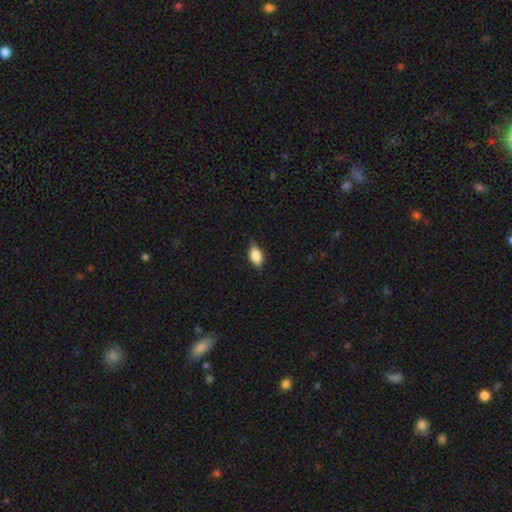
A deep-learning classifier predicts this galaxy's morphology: A smooth galaxy with no disk features (84%) that is in between round and cigar-shaped (89%). Merging: none (81%).